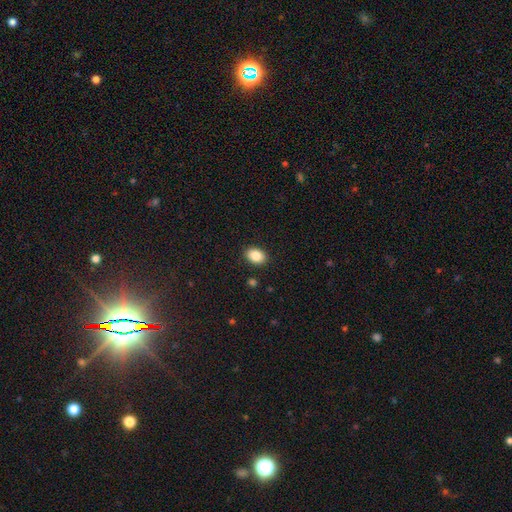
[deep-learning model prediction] Smooth or featured?
  - smooth: 86% *
  - star or artifact: 8%
  - featured or disk: 6%
How rounded?
  - in between: 76% *
  - round: 23%
  - cigar-shaped: 1%
Merging?
  - none: 89% *
  - minor disturbance: 8%
  - major disturbance: 2%
  - merger: 1%